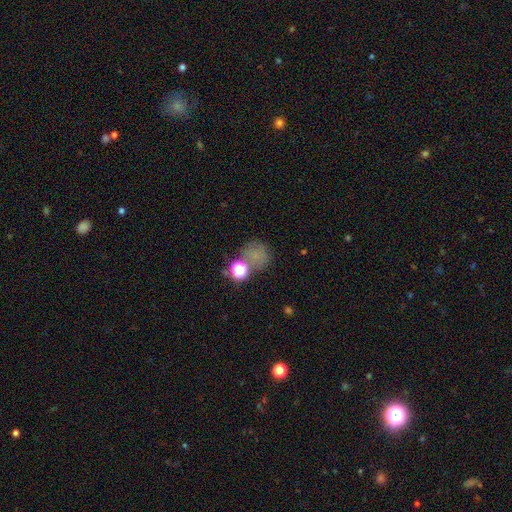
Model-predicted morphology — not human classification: The model was most divided on "smooth or featured": smooth: 64%, star or artifact: 25%, featured or disk: 11%. More confident: how rounded — round (81%); merging — none (57%).